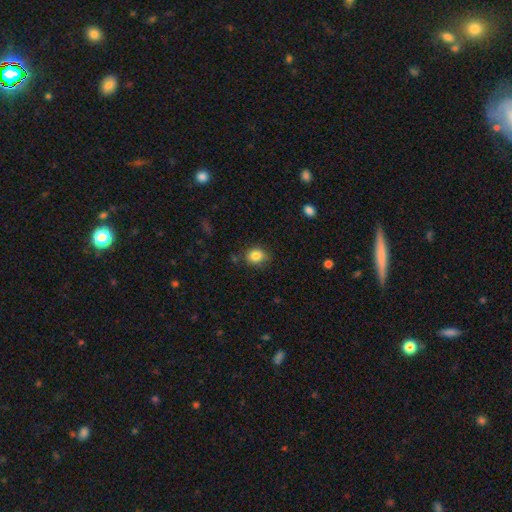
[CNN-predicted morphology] Smooth or featured?
  - smooth: 84% *
  - star or artifact: 10%
  - featured or disk: 6%
How rounded?
  - round: 65% *
  - in between: 34%
  - cigar-shaped: 1%
Merging?
  - none: 76% *
  - minor disturbance: 18%
  - major disturbance: 4%
  - merger: 3%